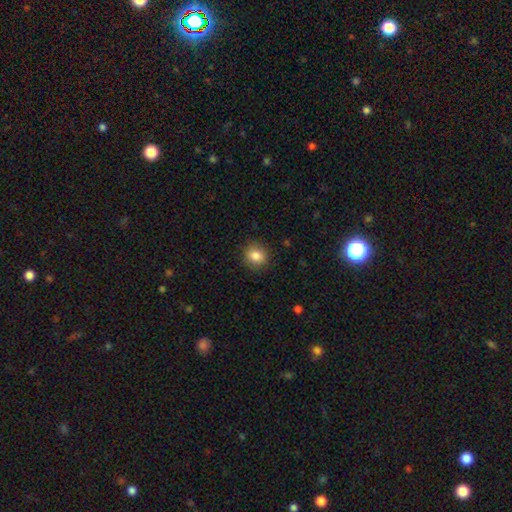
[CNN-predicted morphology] Smooth or featured?
  - smooth: 85% *
  - star or artifact: 9%
  - featured or disk: 6%
How rounded?
  - round: 76% *
  - in between: 23%
  - cigar-shaped: 1%
Merging?
  - none: 88% *
  - minor disturbance: 9%
  - major disturbance: 2%
  - merger: 1%